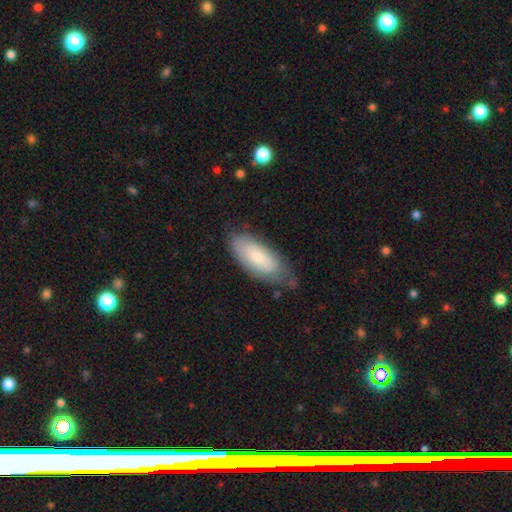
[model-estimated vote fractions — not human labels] A smooth galaxy with no disk features (64%) that is in between round and cigar-shaped (84%). Merging: none (67%).